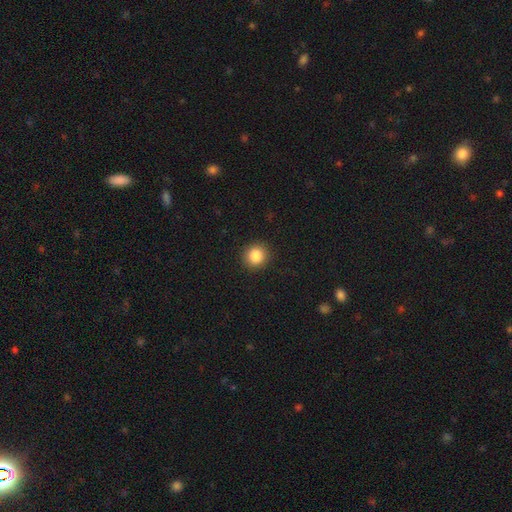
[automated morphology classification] This is clearly a smooth galaxy (86%). How rounded: clearly round (90%). Merging: clearly none (91%).